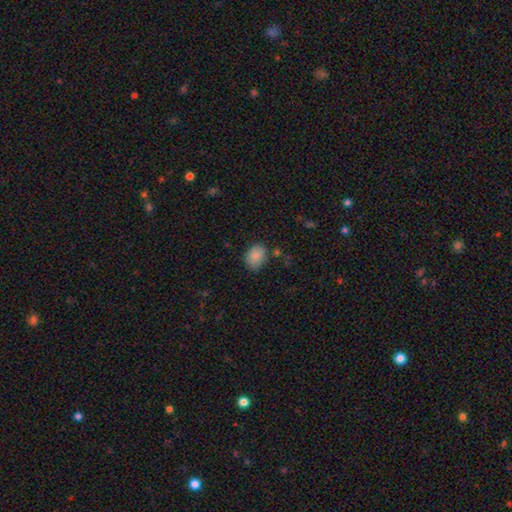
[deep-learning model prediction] A smooth galaxy with no disk features (86%) that is in between round and cigar-shaped (67%). Merging: none (72%).